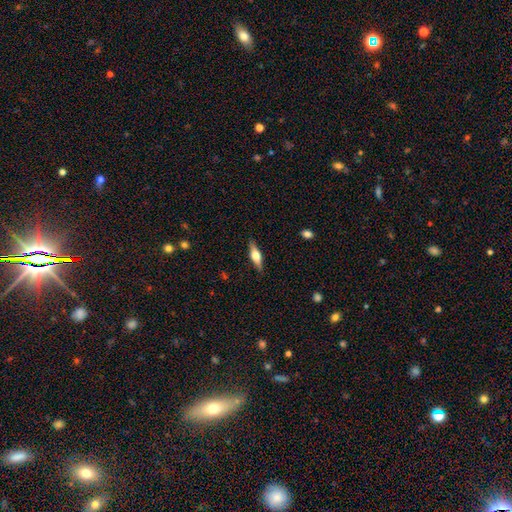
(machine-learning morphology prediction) featured or disk 55%, smooth 39%, star or artifact 6%. Down the decision tree: edge-on disk — yes (95%); edge-on bulge — rounded (90%); merging — none (87%).